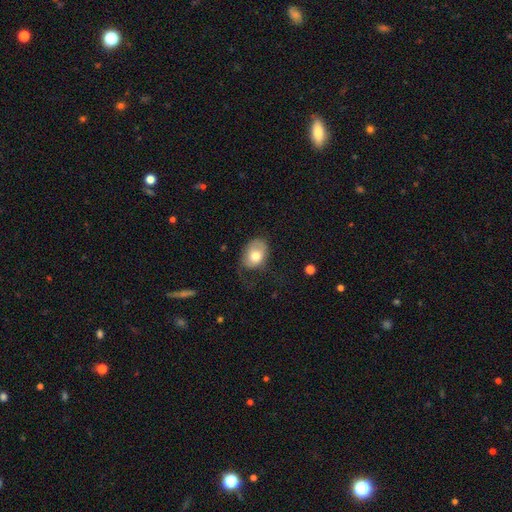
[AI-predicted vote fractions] A smooth galaxy with no disk features (71%) that is in between round and cigar-shaped (73%). Merging: none (41%).